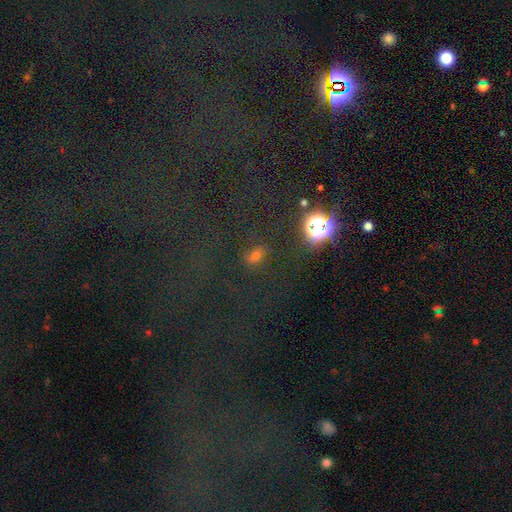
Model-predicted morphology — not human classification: type=smooth (48%); merging=none (81%).